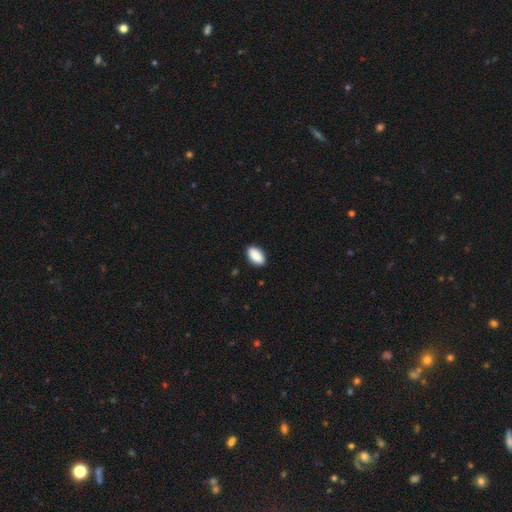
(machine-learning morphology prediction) type=smooth (91%); roundness=in between (94%); merging=none (89%).